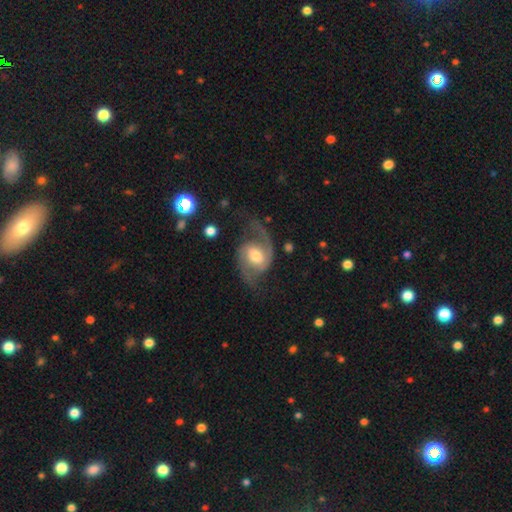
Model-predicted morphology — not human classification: A featured or disk galaxy (87%) with no bar (45%), 2 (91%) medium (46%) spiral arms (97%) and a moderate central bulge (62%). Merging: none (65%).